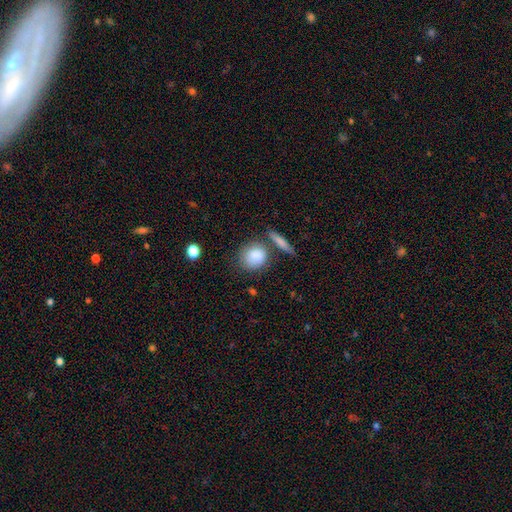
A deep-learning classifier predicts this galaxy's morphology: Smooth or featured? Predicted: smooth (p=0.85). How rounded? Predicted: round (p=0.70). Merging? Predicted: none (p=0.64).